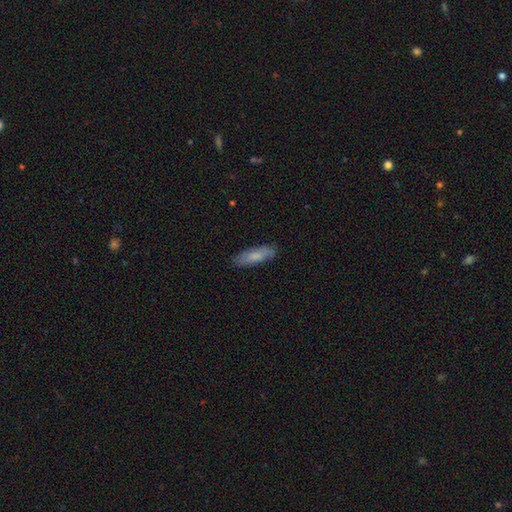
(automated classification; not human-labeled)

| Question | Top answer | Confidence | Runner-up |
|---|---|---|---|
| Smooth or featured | smooth | 71% | featured or disk (22%) |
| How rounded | in between | 51% | cigar-shaped (47%) |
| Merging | none | 82% | minor disturbance (14%) |